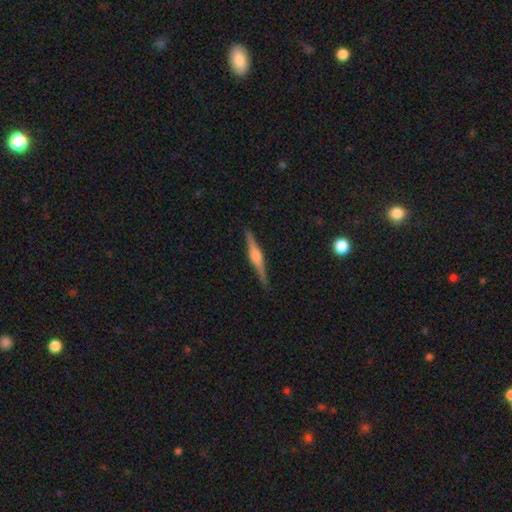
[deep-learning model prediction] Smooth or featured?
  - featured or disk: 78% *
  - smooth: 16%
  - star or artifact: 6%
Edge-on disk?
  - yes: 98% *
  - no: 2%
Edge-on bulge?
  - rounded: 74% *
  - boxy: 21%
  - none: 6%
Merging?
  - none: 90% *
  - minor disturbance: 7%
  - major disturbance: 1%
  - merger: 1%